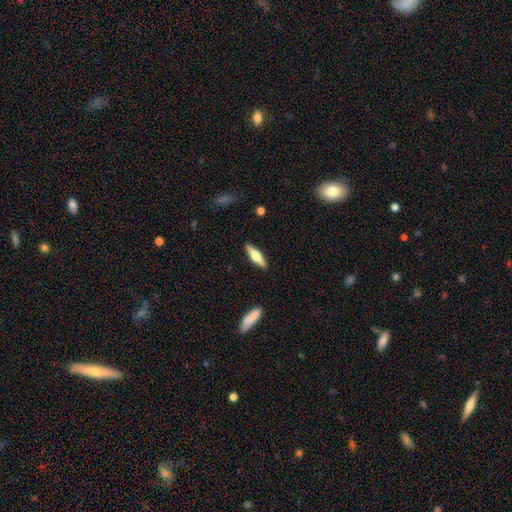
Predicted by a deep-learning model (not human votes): Q: Smooth or featured?
A: featured or disk (51%); runner-up: smooth (44%)
Q: Edge-on disk?
A: yes (94%); runner-up: no (6%)
Q: Merging?
A: none (89%); runner-up: minor disturbance (8%)